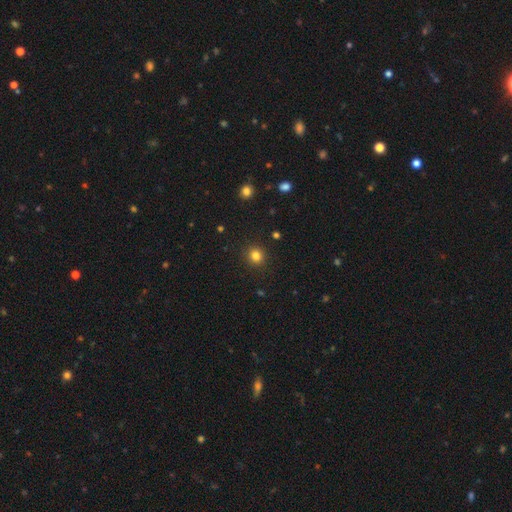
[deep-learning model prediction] Morphology: type=smooth (82%); roundness=round (85%); merging=none (90%).